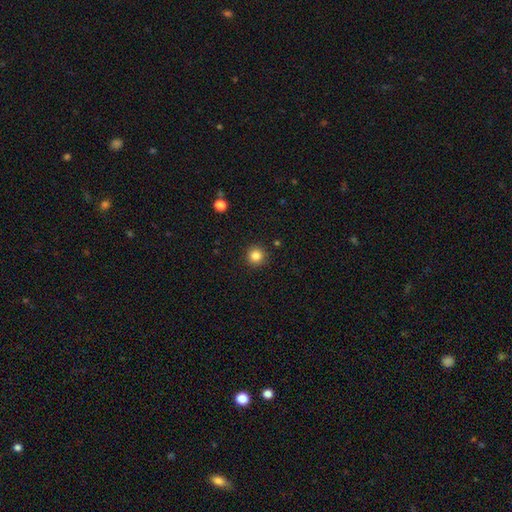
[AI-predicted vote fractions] Overall: smooth (84%). How rounded: round (95%). Merging: none (91%).